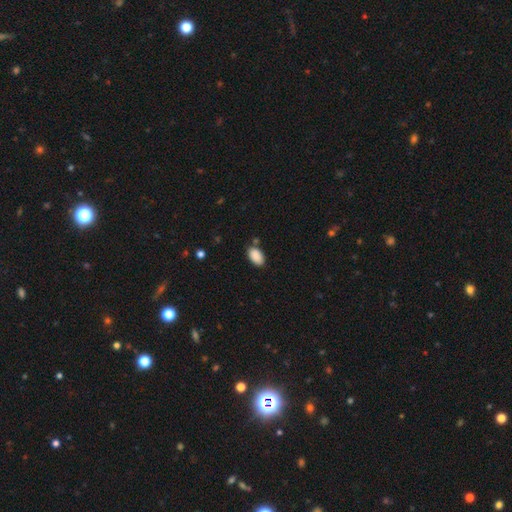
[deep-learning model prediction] smooth 90%, star or artifact 7%, featured or disk 3%. Down the decision tree: how rounded — in between (93%); merging — none (79%).